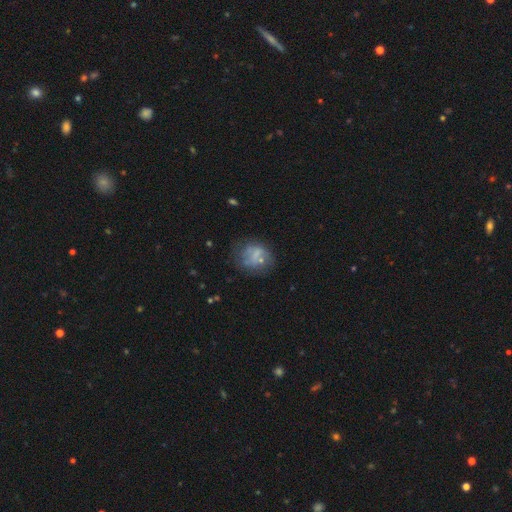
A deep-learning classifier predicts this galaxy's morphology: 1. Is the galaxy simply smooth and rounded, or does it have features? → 50% smooth, 38% featured or disk, 12% star or artifact.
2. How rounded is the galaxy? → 64% round, 35% in between, 1% cigar-shaped.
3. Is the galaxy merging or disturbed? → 47% none, 23% minor disturbance, 20% major disturbance, 9% merger.